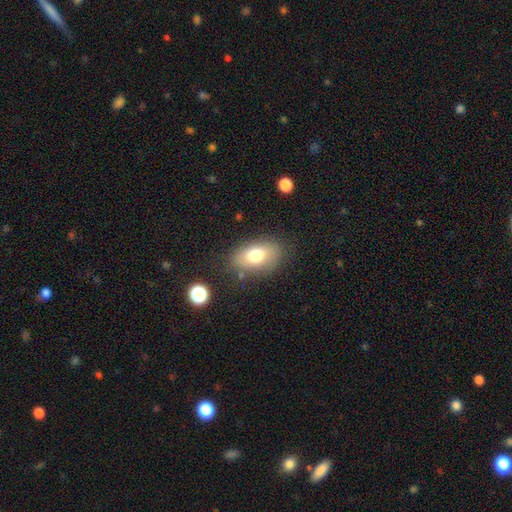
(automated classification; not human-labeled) Smooth or featured? Predicted: smooth (p=0.73). How rounded? Predicted: in between (p=0.88). Merging? Predicted: none (p=0.78).